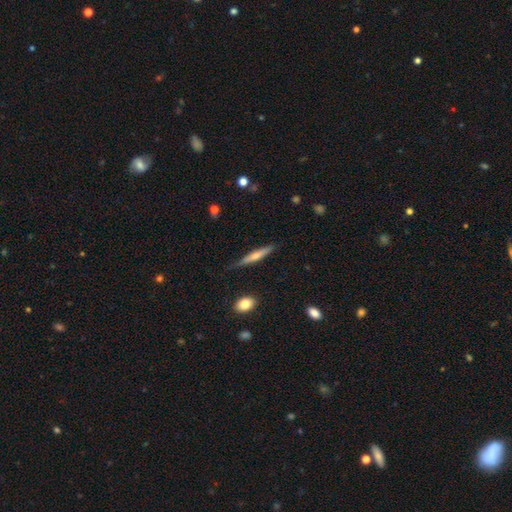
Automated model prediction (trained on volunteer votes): A smooth galaxy with no disk features (50%).

Vote fractions:
- Smooth or featured? smooth: 50% / featured or disk: 44% / star or artifact: 7%
- Merging? none: 75% / minor disturbance: 19% / major disturbance: 4% / merger: 2%